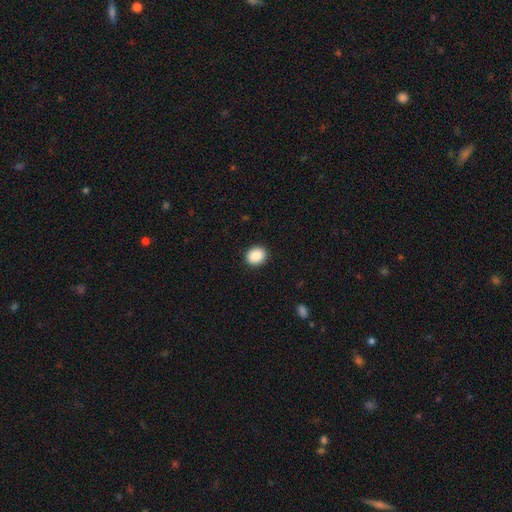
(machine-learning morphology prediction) A smooth galaxy with no disk features (89%) that is round (70%). Merging: none (92%).